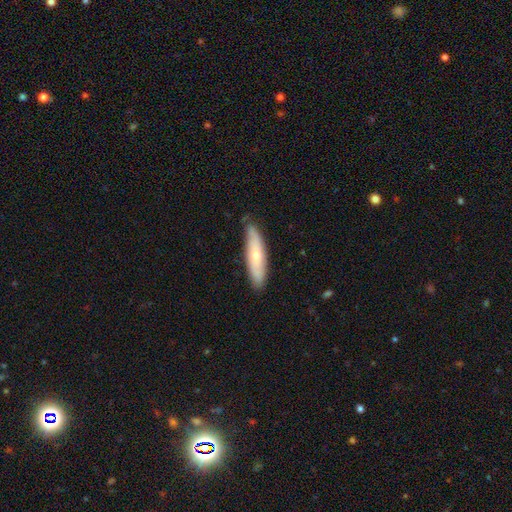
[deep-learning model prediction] smooth 51%, featured or disk 43%, star or artifact 6%. Down the decision tree: how rounded — cigar-shaped (69%); merging — none (78%).